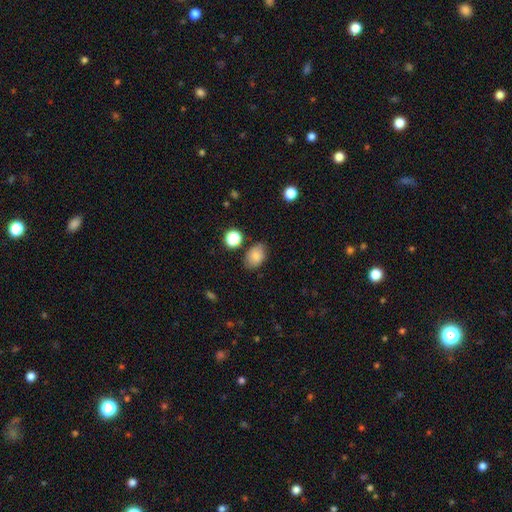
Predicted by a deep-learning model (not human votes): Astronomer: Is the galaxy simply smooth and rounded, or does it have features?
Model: smooth — 81%.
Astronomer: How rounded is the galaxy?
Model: in between — 79%.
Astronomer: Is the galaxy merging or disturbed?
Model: none — 77%.